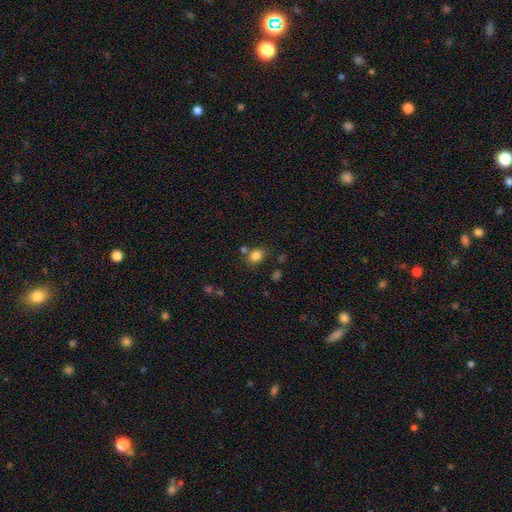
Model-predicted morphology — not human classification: Q: Smooth or featured?
A: smooth (83%); runner-up: star or artifact (12%)
Q: How rounded?
A: in between (52%); runner-up: round (47%)
Q: Merging?
A: none (70%); runner-up: merger (13%)